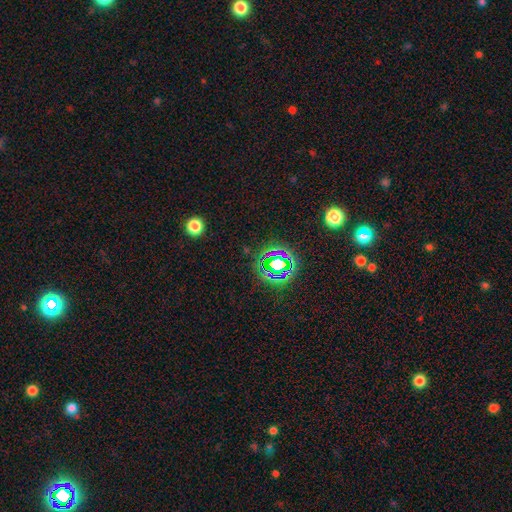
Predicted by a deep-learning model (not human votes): smooth_or_featured: star or artifact (p=0.77) [alt: smooth p=0.16]